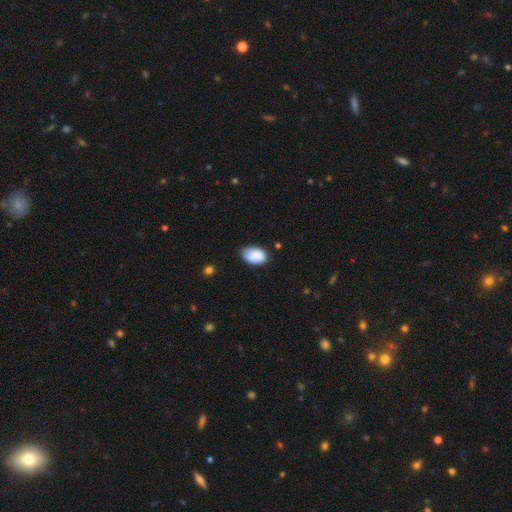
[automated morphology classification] The model was most divided on "merging": none: 68%, minor disturbance: 26%, major disturbance: 4%, merger: 2%. More confident: how rounded — in between (90%); smooth or featured — smooth (88%).